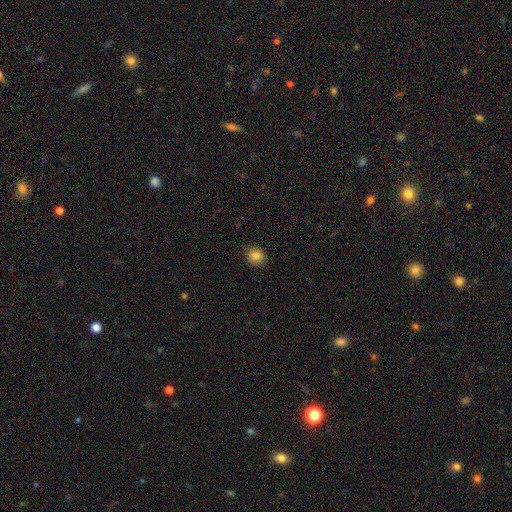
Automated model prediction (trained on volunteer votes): A smooth galaxy with no disk features (83%) that is round (73%). Merging: none (85%).